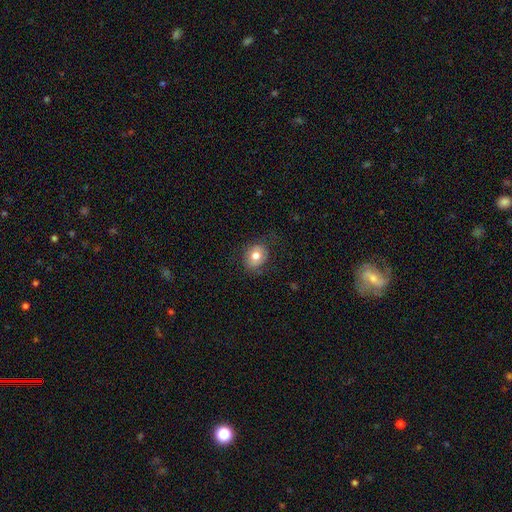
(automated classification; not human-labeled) The model was most divided on "how rounded": round: 59%, in between: 40%, cigar-shaped: 1%. More confident: merging — none (75%); smooth or featured — smooth (72%).